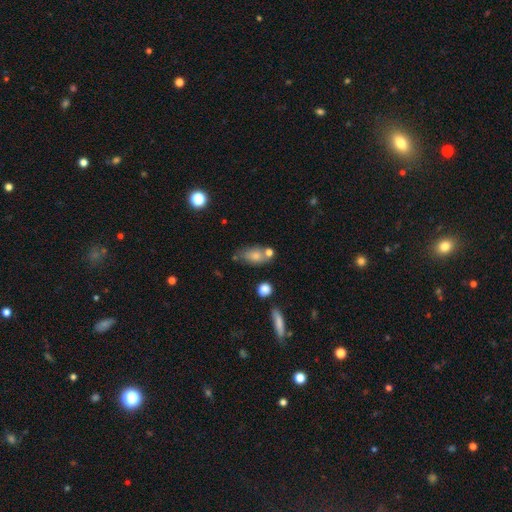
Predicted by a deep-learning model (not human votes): A smooth galaxy with no disk features (72%) that is in between round and cigar-shaped (81%).

Vote fractions:
- Smooth or featured? smooth: 72% / featured or disk: 18% / star or artifact: 10%
- How rounded? in between: 81% / round: 11% / cigar-shaped: 8%
- Merging? none: 55% / minor disturbance: 20% / merger: 19% / major disturbance: 7%